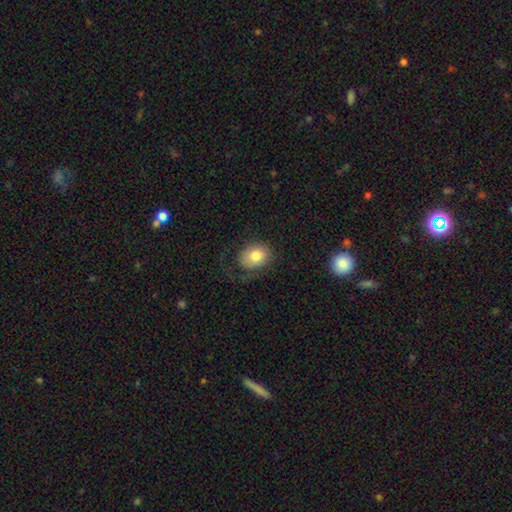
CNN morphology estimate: Smooth or featured? Predicted: smooth (p=0.80). How rounded? Predicted: in between (p=0.60). Merging? Predicted: none (p=0.68).